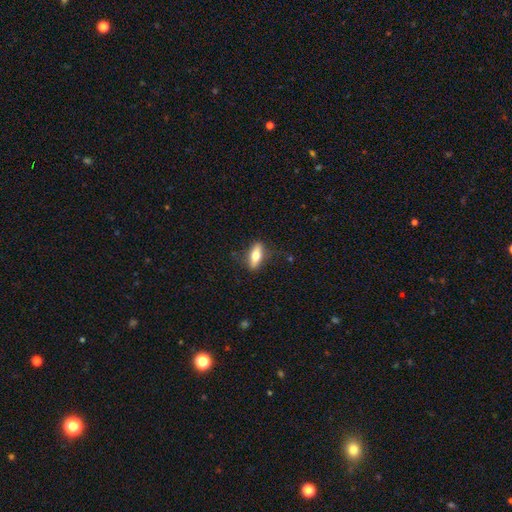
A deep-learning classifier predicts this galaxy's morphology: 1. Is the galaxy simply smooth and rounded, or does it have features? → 67% smooth, 27% featured or disk, 6% star or artifact.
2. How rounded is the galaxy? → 66% in between, 31% cigar-shaped, 3% round.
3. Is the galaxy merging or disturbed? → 80% none, 15% minor disturbance, 4% major disturbance, 1% merger.